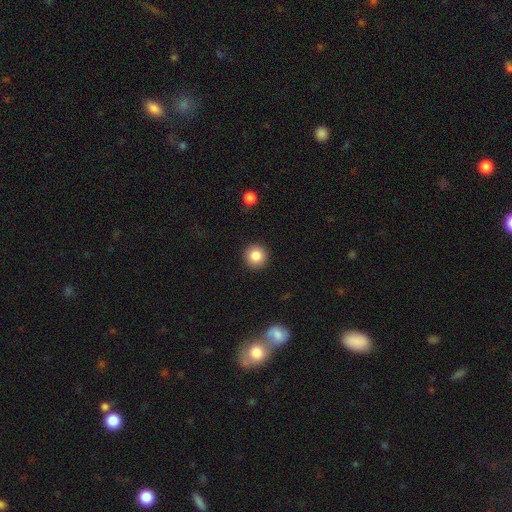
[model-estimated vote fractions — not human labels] smooth_or_featured: smooth (p=0.85) [alt: star or artifact p=0.10]
how_rounded: round (p=0.95) [alt: in between p=0.04]
merging: none (p=0.92) [alt: minor disturbance p=0.05]